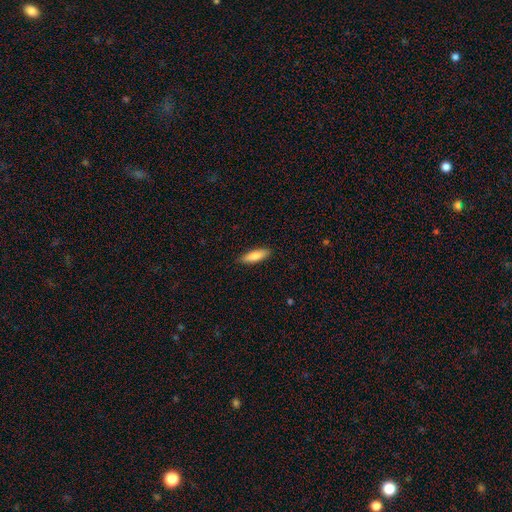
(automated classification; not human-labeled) Smooth or featured?
  - smooth: 83% *
  - featured or disk: 12%
  - star or artifact: 6%
How rounded?
  - in between: 49% * (tied)
  - cigar-shaped: 49% * (tied)
  - round: 2%
Merging?
  - none: 87% *
  - minor disturbance: 10%
  - major disturbance: 2%
  - merger: 1%